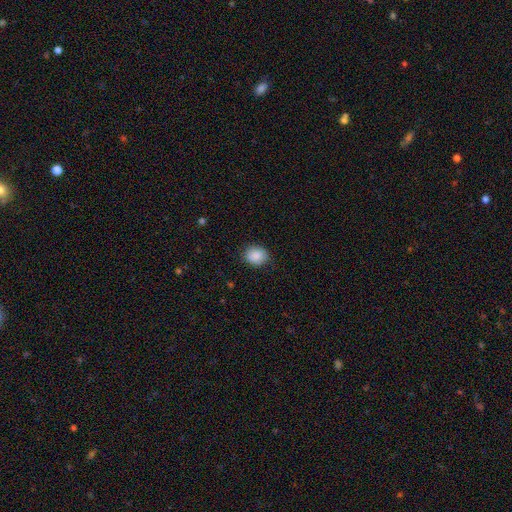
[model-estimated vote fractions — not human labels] smooth-or-featured: smooth: 89% | star or artifact: 7% | featured or disk: 4%
  how-rounded: round: 60% | in between: 39% | cigar-shaped: 1%
  merging: none: 85% | minor disturbance: 11% | major disturbance: 3% | merger: 1%